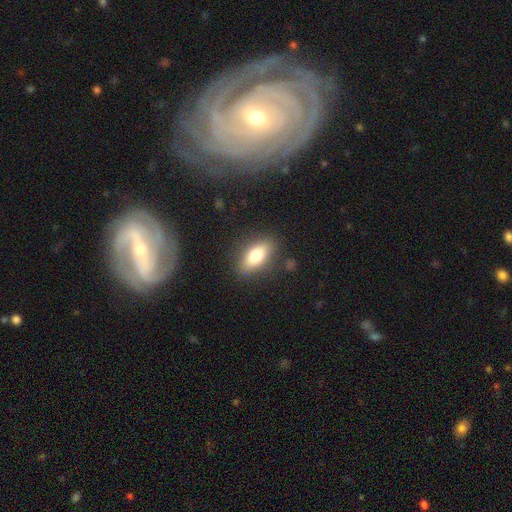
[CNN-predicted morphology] smooth-or-featured: smooth: 76% | featured or disk: 17% | star or artifact: 7%
  how-rounded: in between: 83% | cigar-shaped: 13% | round: 5%
  merging: none: 83% | minor disturbance: 11% | major disturbance: 4% | merger: 2%